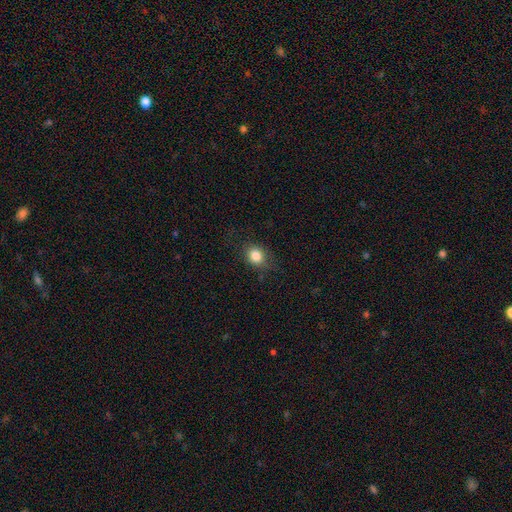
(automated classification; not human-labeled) A smooth galaxy with no disk features (83%) that is round (54%).

Vote fractions:
- Smooth or featured? smooth: 83% / star or artifact: 10% / featured or disk: 7%
- How rounded? round: 54% / in between: 45% / cigar-shaped: 1%
- Merging? none: 76% / minor disturbance: 17% / major disturbance: 6% / merger: 1%